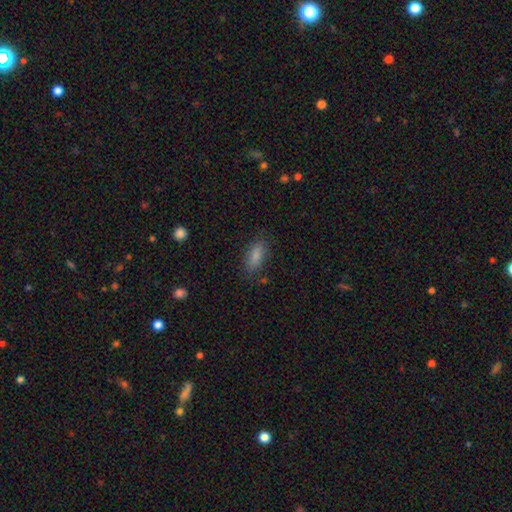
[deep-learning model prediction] Smooth or featured?
  - smooth: 84% *
  - star or artifact: 8%
  - featured or disk: 8%
How rounded?
  - in between: 77% *
  - cigar-shaped: 20%
  - round: 3%
Merging?
  - none: 81% *
  - minor disturbance: 14%
  - major disturbance: 4%
  - merger: 2%